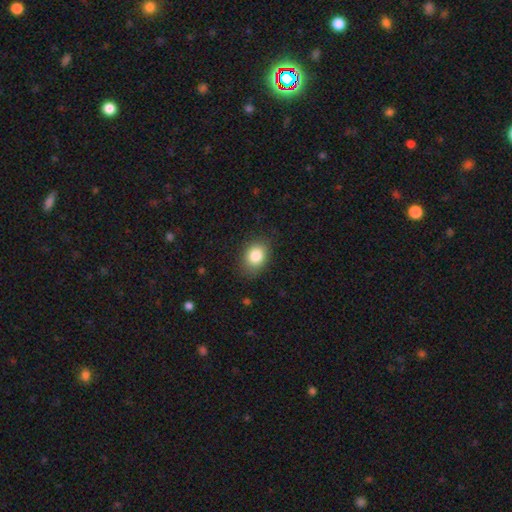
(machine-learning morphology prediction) A smooth galaxy with no disk features (84%) that is in between round and cigar-shaped (65%). Merging: none (83%).